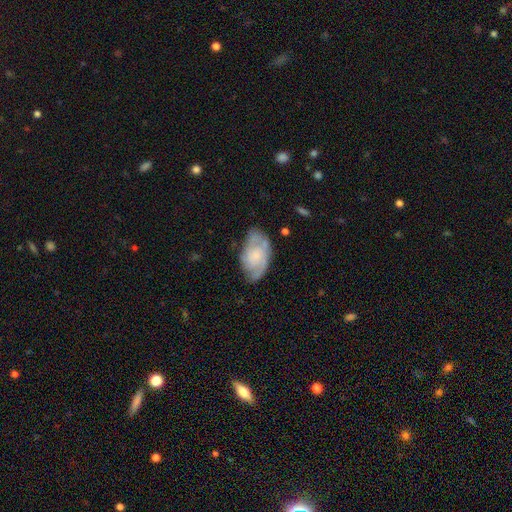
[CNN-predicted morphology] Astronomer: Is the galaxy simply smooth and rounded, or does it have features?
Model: featured or disk — 62%.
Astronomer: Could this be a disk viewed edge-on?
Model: no — 96%.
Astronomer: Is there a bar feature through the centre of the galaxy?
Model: no — 74%.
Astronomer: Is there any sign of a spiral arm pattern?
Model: yes — 83%.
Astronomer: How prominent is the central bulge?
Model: none — 33% (runner-up: small, 31%).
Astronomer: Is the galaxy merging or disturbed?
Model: none — 64%.